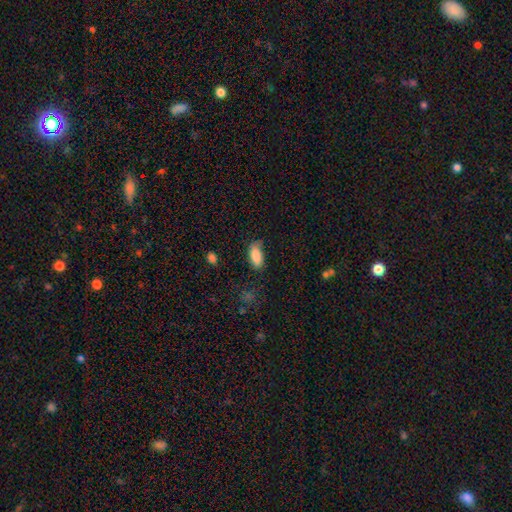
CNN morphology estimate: smooth_or_featured: smooth (p=0.86) [alt: star or artifact p=0.07]
how_rounded: in between (p=0.88) [alt: cigar-shaped p=0.10]
merging: none (p=0.66) [alt: minor disturbance p=0.26]